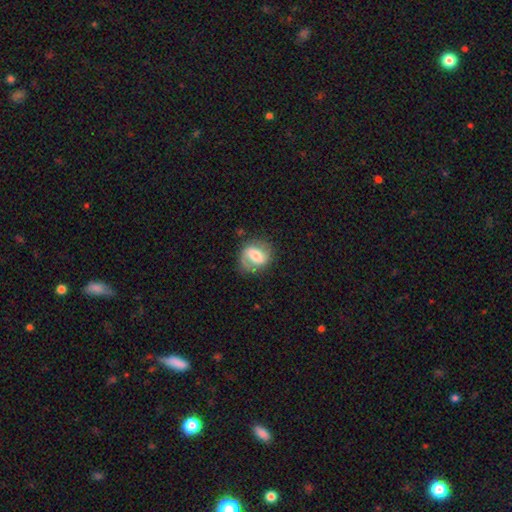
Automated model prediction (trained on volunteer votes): Smooth or featured? Predicted: featured or disk (p=0.55). Edge-on disk? Predicted: no (p=0.96). Bar? Predicted: weak (p=0.40). Spiral arms? Predicted: yes (p=0.79). Bulge size? Predicted: moderate (p=0.50). Merging? Predicted: none (p=0.68).